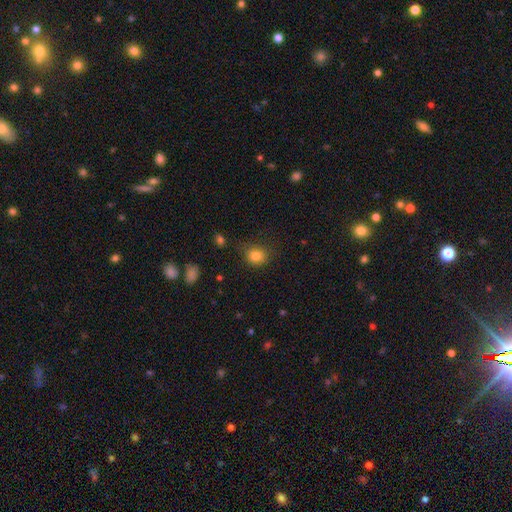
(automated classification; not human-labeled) This appears to be a smooth galaxy with no disk features (83%) that is round (66%). Merging: none (73%).